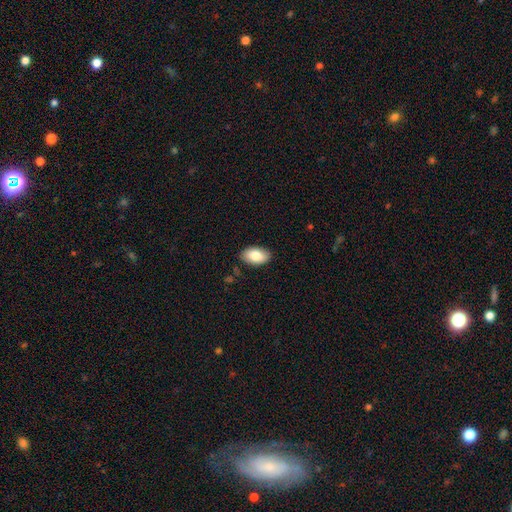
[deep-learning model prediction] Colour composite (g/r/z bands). It shows a smooth galaxy with no disk features (83%) that is in between round and cigar-shaped (93%). Merging: none (86%).